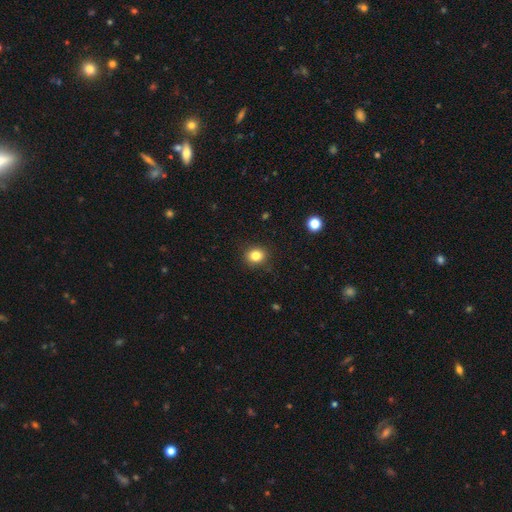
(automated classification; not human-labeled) This is clearly a smooth galaxy (83%). How rounded: likely round (75%). Merging: clearly none (88%).